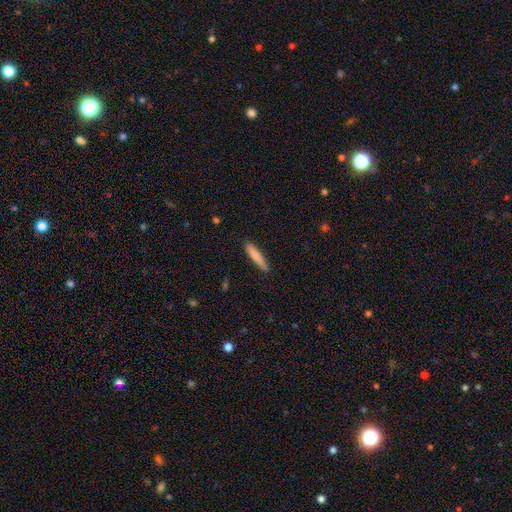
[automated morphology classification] The model was most divided on "smooth or featured": smooth: 83%, featured or disk: 11%, star or artifact: 6%. More confident: how rounded — cigar-shaped (86%); merging — none (86%).